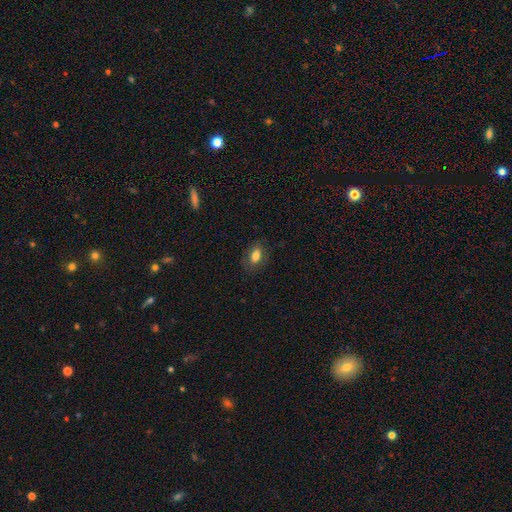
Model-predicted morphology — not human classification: type=smooth (81%); roundness=in between (85%); merging=none (81%).